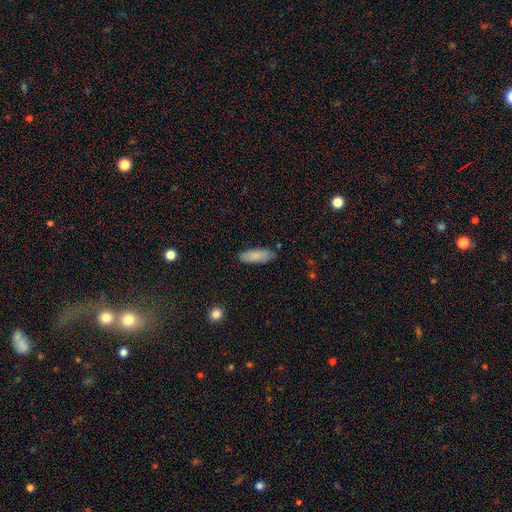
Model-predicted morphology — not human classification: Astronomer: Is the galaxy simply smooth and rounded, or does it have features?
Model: smooth — 86%.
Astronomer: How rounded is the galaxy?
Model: in between — 64%.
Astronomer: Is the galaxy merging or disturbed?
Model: none — 84%.